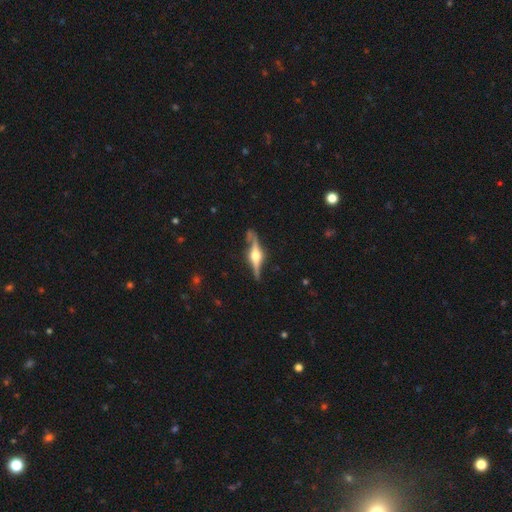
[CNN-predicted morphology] Q: Smooth or featured?
A: featured or disk (85%); runner-up: smooth (10%)
Q: Edge-on disk?
A: yes (97%); runner-up: no (3%)
Q: Edge-on bulge?
A: rounded (94%); runner-up: boxy (4%)
Q: Merging?
A: none (82%); runner-up: minor disturbance (12%)